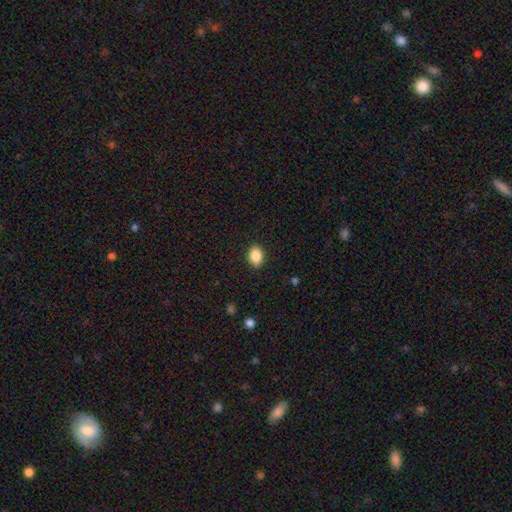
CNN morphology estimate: A smooth galaxy with no disk features (88%) that is in between round and cigar-shaped (76%).

Vote fractions:
- Smooth or featured? smooth: 88% / star or artifact: 8% / featured or disk: 4%
- How rounded? in between: 76% / round: 23% / cigar-shaped: 1%
- Merging? none: 88% / minor disturbance: 9% / major disturbance: 2% / merger: 1%